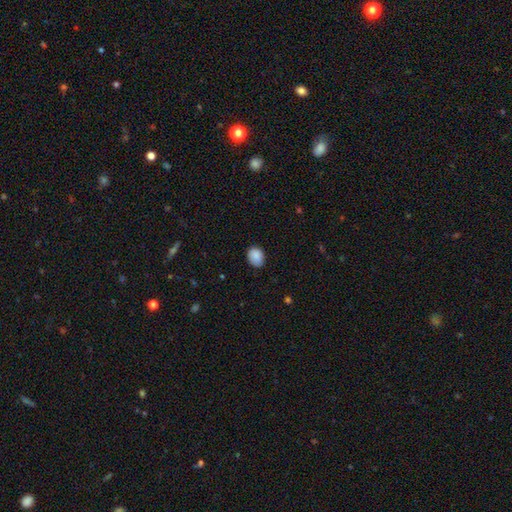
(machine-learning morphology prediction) Smooth or featured? smooth (87%)
How rounded? in between (55%)
Merging? none (80%)